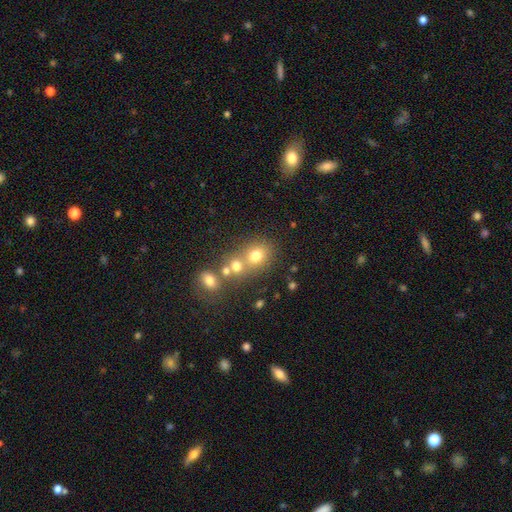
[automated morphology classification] smooth 71%, star or artifact 16%, featured or disk 13%. Down the decision tree: how rounded — round (68%); merging — none (47%).